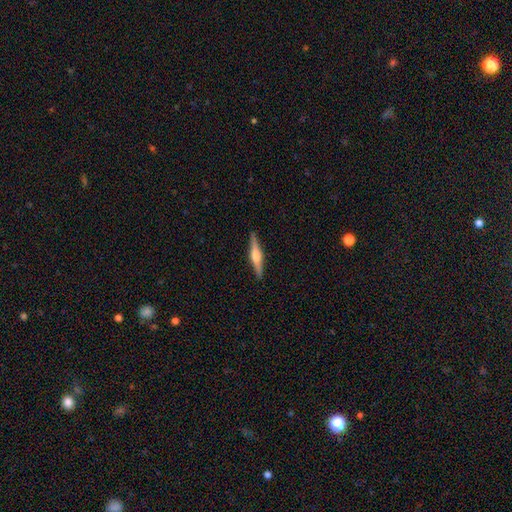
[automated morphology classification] The model was most divided on "smooth or featured": featured or disk: 70%, smooth: 25%, star or artifact: 6%. More confident: edge-on disk — yes (98%); merging — none (91%); edge-on bulge — rounded (82%).